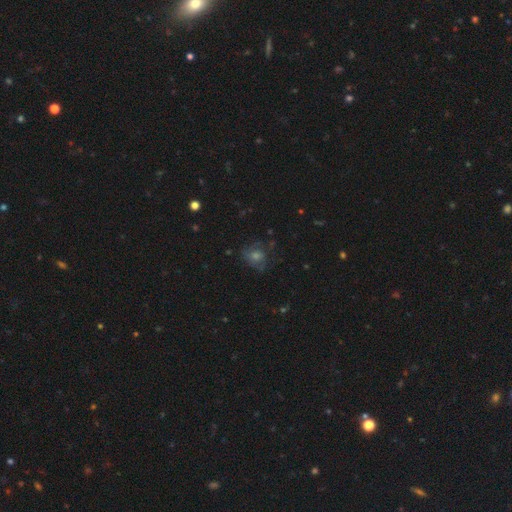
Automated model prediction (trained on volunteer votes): smooth 43%, featured or disk 33%, star or artifact 25%. Down the decision tree: merging — none (66%).